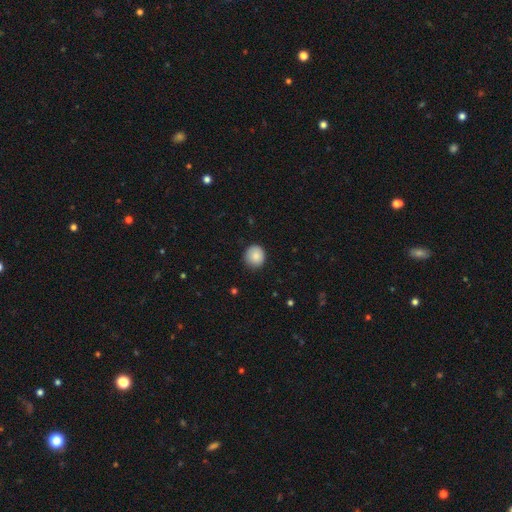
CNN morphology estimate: Smooth or featured: smooth — 86% (star or artifact — 8%)
How rounded: round — 90% (in between — 9%)
Merging: none — 87% (minor disturbance — 10%)